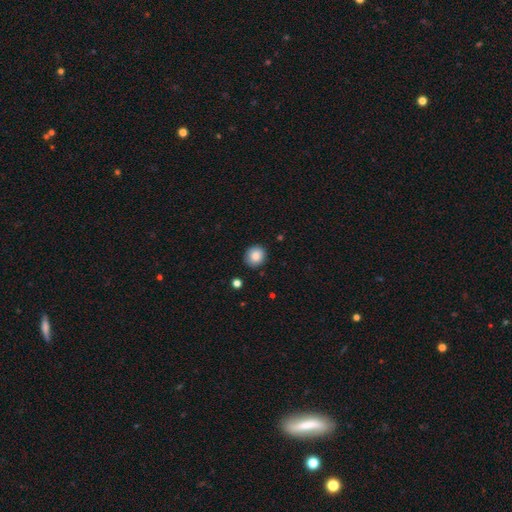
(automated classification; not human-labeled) The model was most divided on "how rounded": round: 86%, in between: 13%, cigar-shaped: 1%. More confident: merging — none (87%); smooth or featured — smooth (86%).